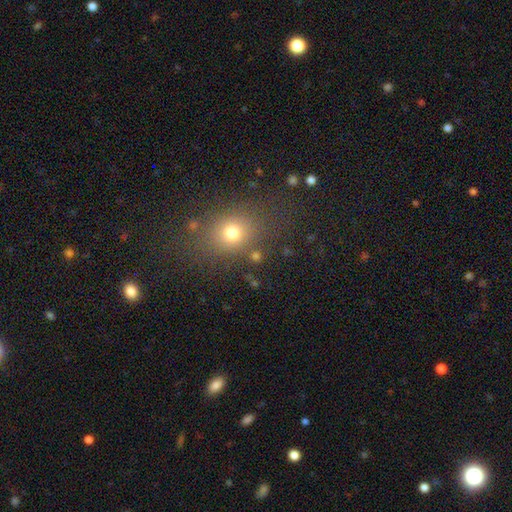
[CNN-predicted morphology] smooth_or_featured: smooth (p=0.70) [alt: star or artifact p=0.21]
how_rounded: round (p=0.59) [alt: in between p=0.39]
merging: none (p=0.76) [alt: minor disturbance p=0.11]